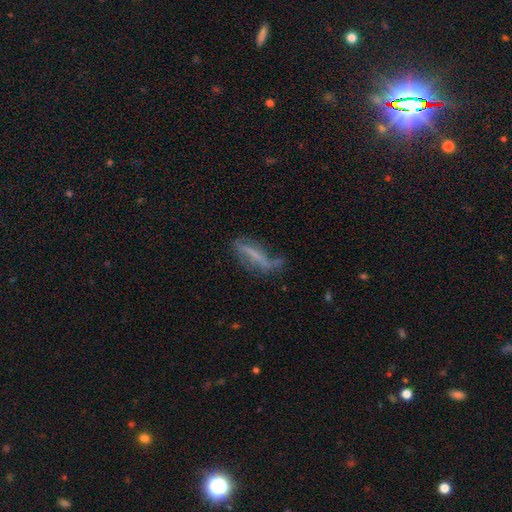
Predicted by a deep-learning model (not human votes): A featured or disk galaxy (55%). Merging: none (42%).